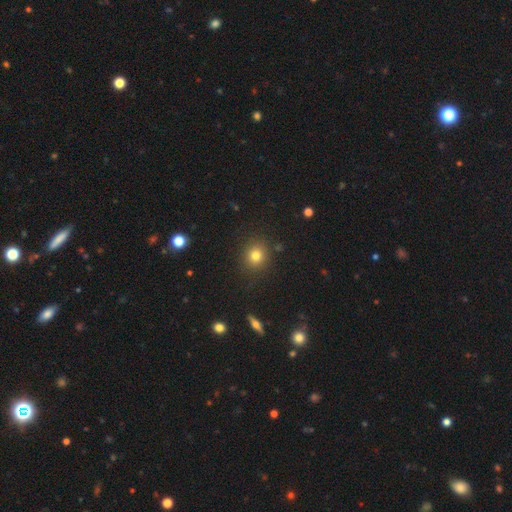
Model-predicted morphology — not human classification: A smooth galaxy with no disk features (78%) that is round (84%).

Vote fractions:
- Smooth or featured? smooth: 78% / star or artifact: 14% / featured or disk: 7%
- How rounded? round: 84% / in between: 15% / cigar-shaped: 1%
- Merging? none: 88% / minor disturbance: 8% / major disturbance: 3% / merger: 2%